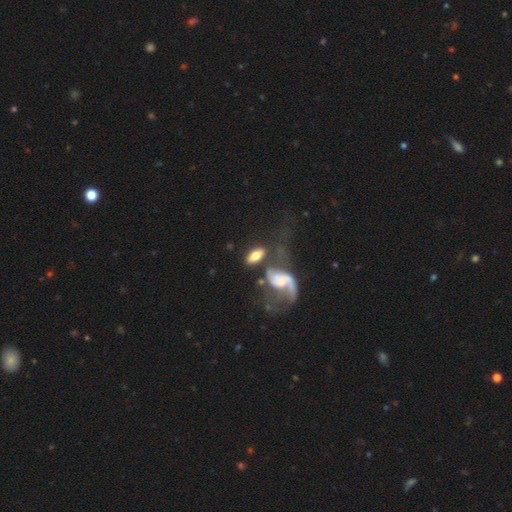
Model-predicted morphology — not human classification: A smooth galaxy with no disk features (60%) that is in between round and cigar-shaped (89%). Merging: none (44%).